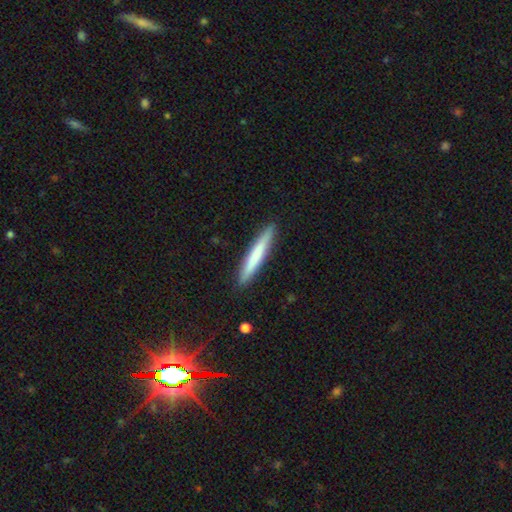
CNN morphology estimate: type=smooth (68%); roundness=cigar-shaped (95%); merging=none (90%).